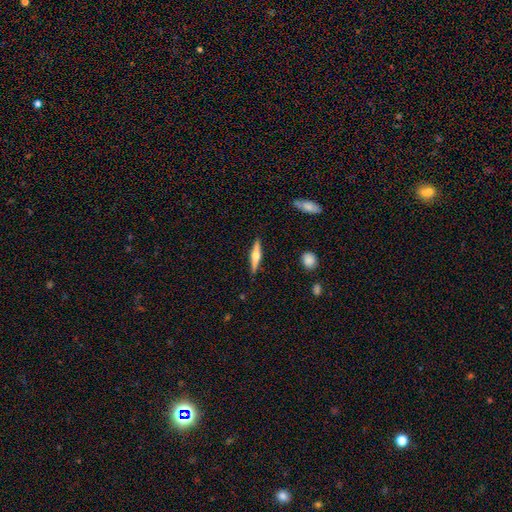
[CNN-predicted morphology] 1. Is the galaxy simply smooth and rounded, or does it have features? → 64% featured or disk, 31% smooth, 6% star or artifact.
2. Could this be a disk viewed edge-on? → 97% yes, 3% no.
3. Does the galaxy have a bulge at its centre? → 93% rounded, 4% boxy, 3% none.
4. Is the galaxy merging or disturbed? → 89% none, 8% minor disturbance, 2% major disturbance, 1% merger.